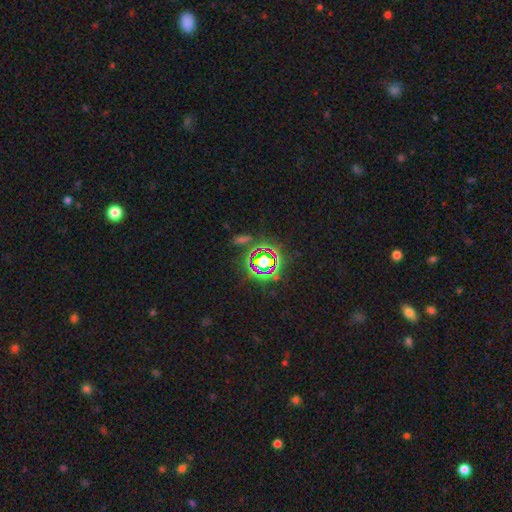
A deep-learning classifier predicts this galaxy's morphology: smooth_or_featured: star or artifact (p=0.67) [alt: smooth p=0.20]